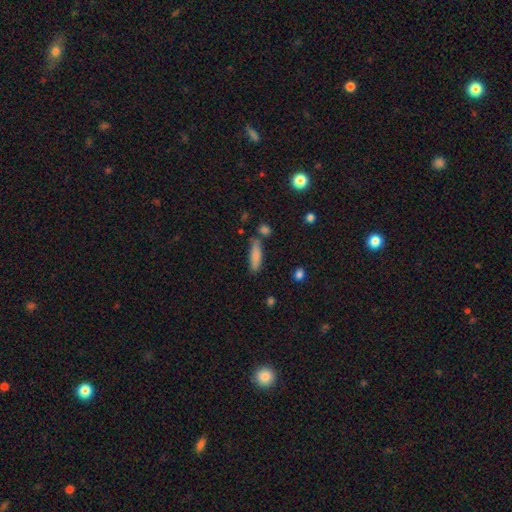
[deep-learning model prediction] A smooth galaxy with no disk features (83%) that is cigar-shaped (58%). Merging: none (72%).